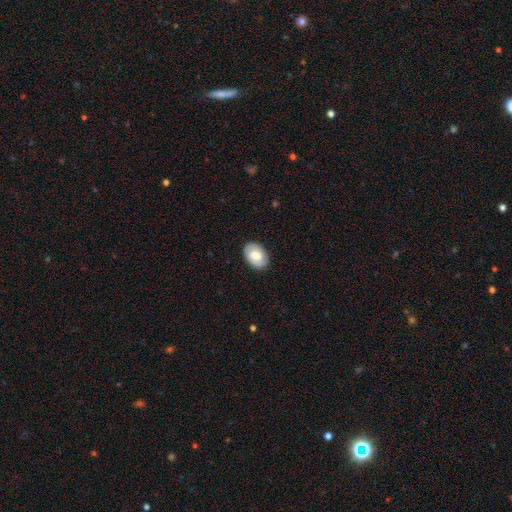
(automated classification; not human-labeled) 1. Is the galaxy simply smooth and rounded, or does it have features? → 64% smooth, 30% featured or disk, 7% star or artifact.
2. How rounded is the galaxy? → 87% in between, 12% round, 1% cigar-shaped.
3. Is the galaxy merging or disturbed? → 86% none, 11% minor disturbance, 3% major disturbance, 1% merger.